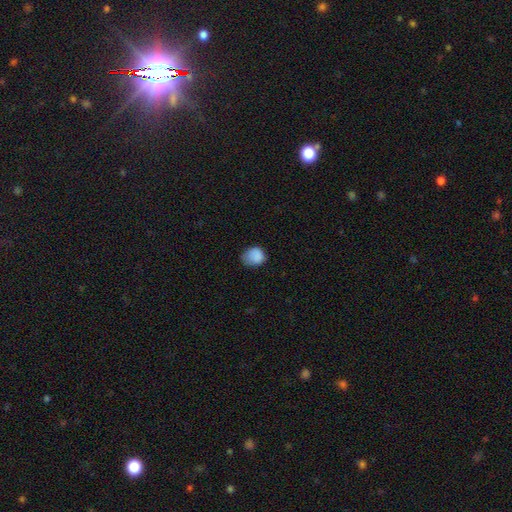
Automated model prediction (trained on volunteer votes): smooth-or-featured: smooth: 86% | star or artifact: 9% | featured or disk: 5%
  how-rounded: round: 65% | in between: 34% | cigar-shaped: 1%
  merging: none: 56% | minor disturbance: 34% | major disturbance: 9% | merger: 1%